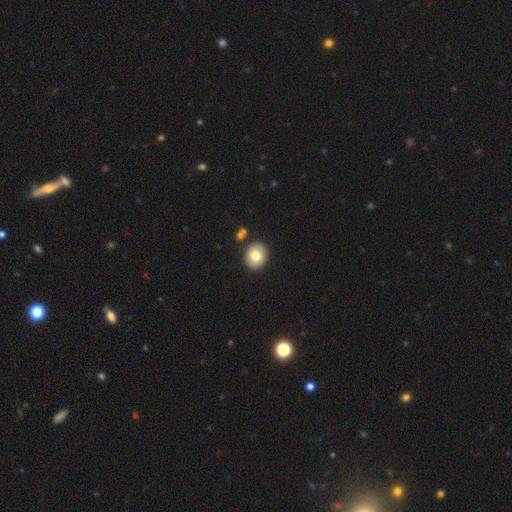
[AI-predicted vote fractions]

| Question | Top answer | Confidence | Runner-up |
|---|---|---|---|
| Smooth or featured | smooth | 78% | featured or disk (14%) |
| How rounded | round | 71% | in between (28%) |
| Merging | none | 86% | minor disturbance (7%) |